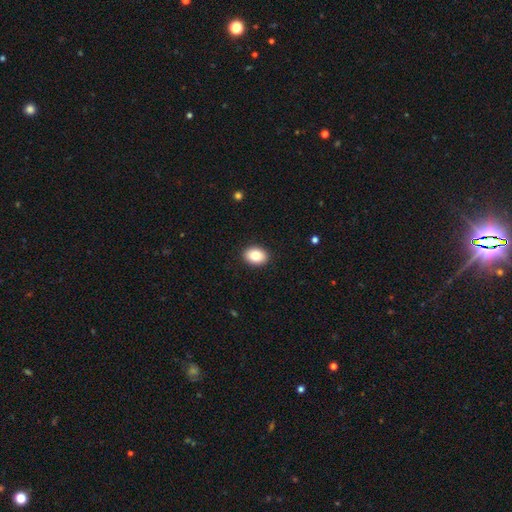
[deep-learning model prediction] This is clearly a smooth galaxy (83%). How rounded: likely in between (74%). Merging: clearly none (91%).